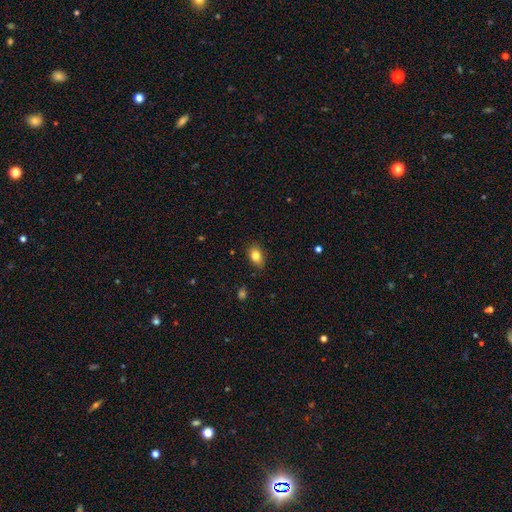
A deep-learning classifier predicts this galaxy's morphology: Smooth or featured? smooth (82%)
How rounded? in between (74%)
Merging? none (82%)